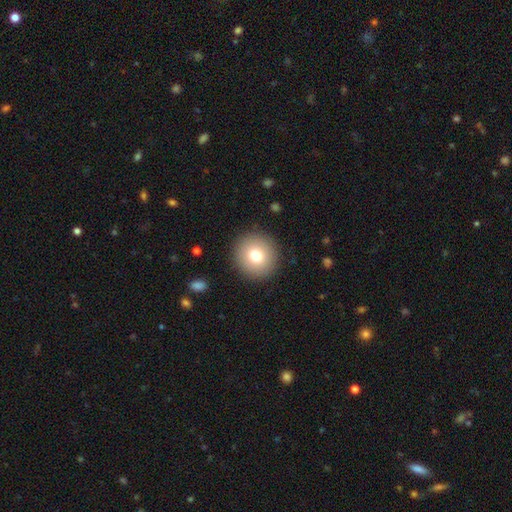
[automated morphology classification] The model was most divided on "smooth or featured": smooth: 76%, featured or disk: 14%, star or artifact: 11%. More confident: how rounded — round (93%); merging — none (91%).